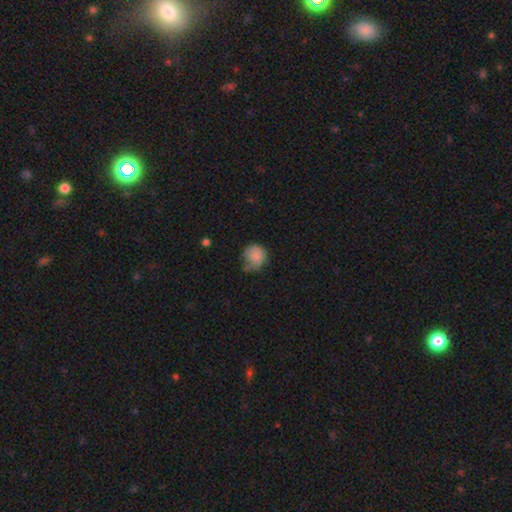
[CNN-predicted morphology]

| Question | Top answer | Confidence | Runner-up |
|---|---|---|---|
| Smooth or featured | smooth | 84% | star or artifact (8%) |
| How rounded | round | 83% | in between (16%) |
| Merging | none | 45% | minor disturbance (37%) |